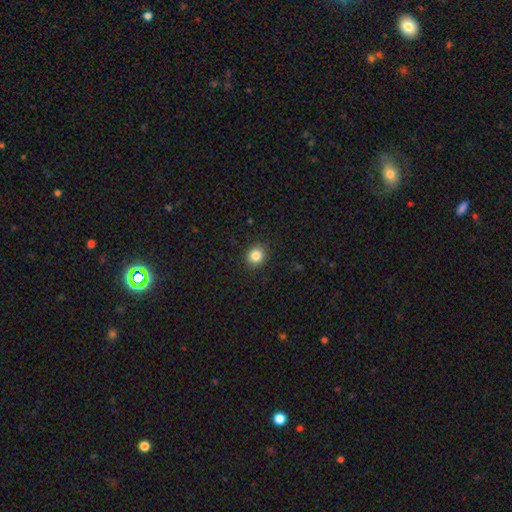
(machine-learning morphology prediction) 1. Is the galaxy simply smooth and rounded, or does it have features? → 84% smooth, 11% star or artifact, 5% featured or disk.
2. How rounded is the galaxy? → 84% round, 15% in between, 1% cigar-shaped.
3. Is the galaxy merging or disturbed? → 90% none, 7% minor disturbance, 2% major disturbance, 1% merger.